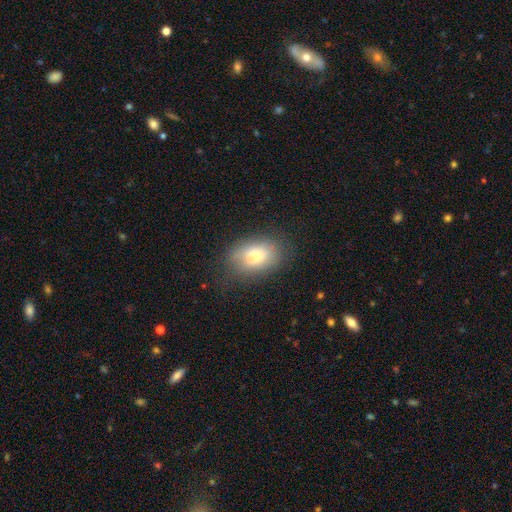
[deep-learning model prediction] smooth_or_featured: smooth (p=0.75) [alt: featured or disk p=0.16]
how_rounded: in between (p=0.84) [alt: round p=0.15]
merging: none (p=0.71) [alt: minor disturbance p=0.20]